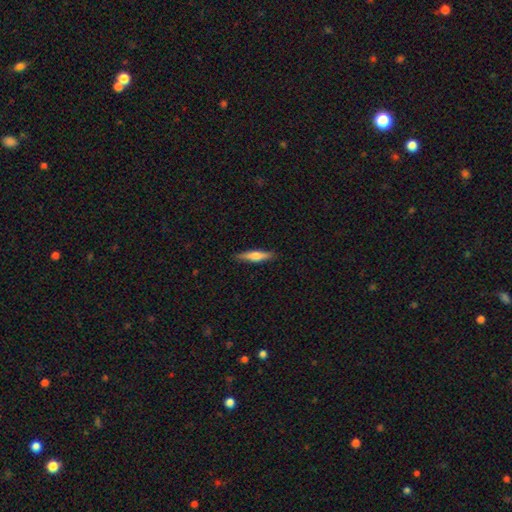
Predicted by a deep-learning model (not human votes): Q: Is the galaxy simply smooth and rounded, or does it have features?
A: smooth — 47%, tied with featured or disk.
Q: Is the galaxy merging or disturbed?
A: none — 89%.